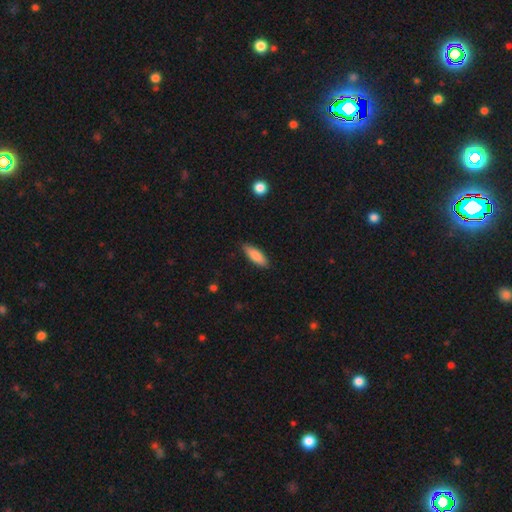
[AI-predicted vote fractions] Smooth or featured? Predicted: smooth (p=0.85). How rounded? Predicted: in between (p=0.59). Merging? Predicted: none (p=0.86).